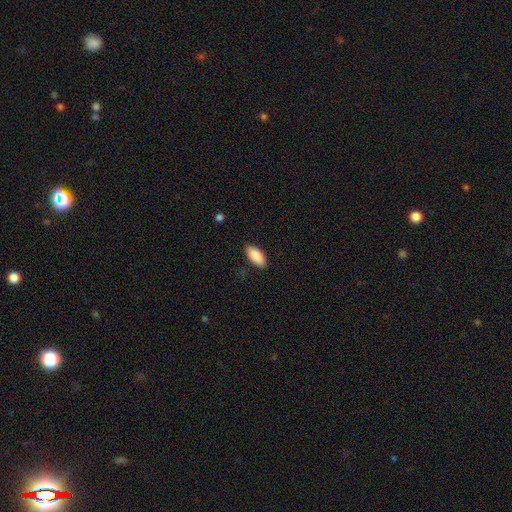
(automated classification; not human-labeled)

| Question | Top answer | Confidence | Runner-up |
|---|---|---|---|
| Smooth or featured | smooth | 89% | star or artifact (6%) |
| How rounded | in between | 88% | cigar-shaped (10%) |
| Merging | none | 86% | minor disturbance (10%) |